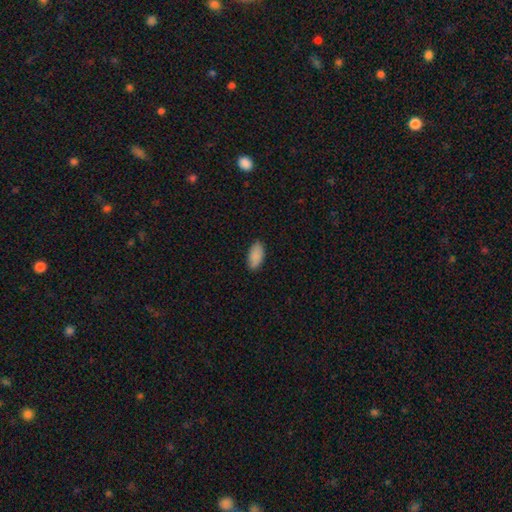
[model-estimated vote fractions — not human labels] This is clearly a smooth galaxy (88%). How rounded: clearly in between (94%). Merging: clearly none (85%).